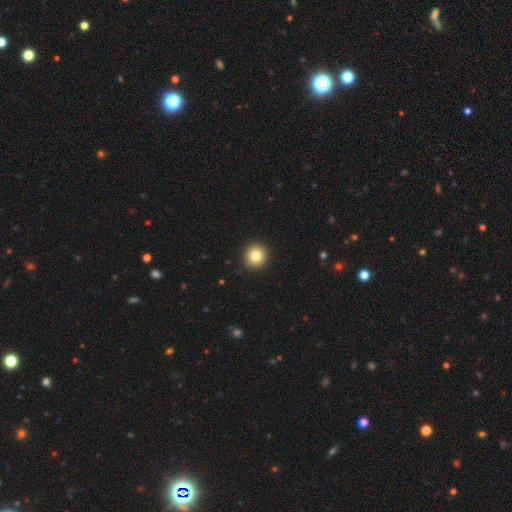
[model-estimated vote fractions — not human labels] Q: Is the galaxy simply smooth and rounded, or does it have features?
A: smooth — 83%.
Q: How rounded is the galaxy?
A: round — 94%.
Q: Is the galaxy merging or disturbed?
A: none — 92%.